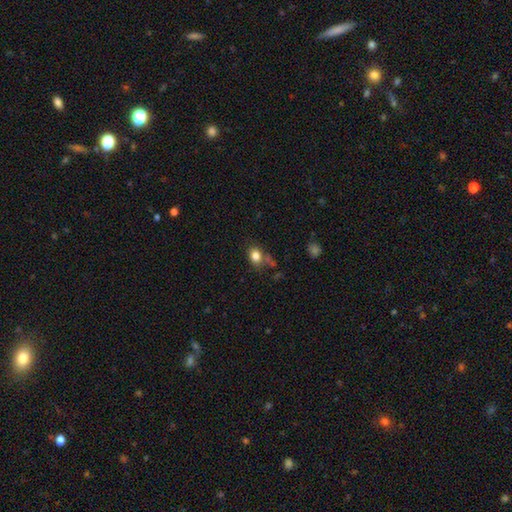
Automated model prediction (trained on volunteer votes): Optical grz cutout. It shows a smooth galaxy with no disk features (82%) that is in between round and cigar-shaped (55%). Merging: none (65%).